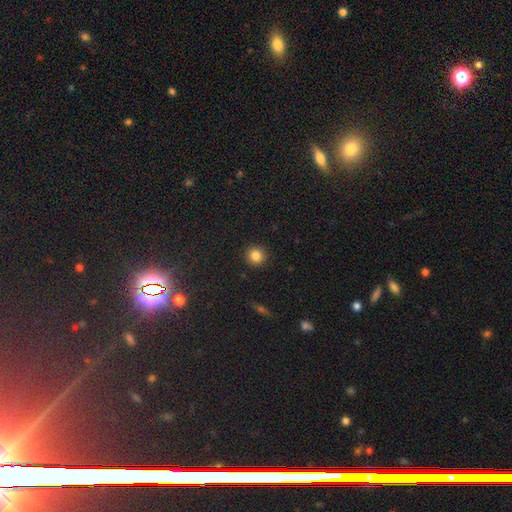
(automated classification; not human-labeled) Overall: smooth (84%). How rounded: round (93%). Merging: none (92%).